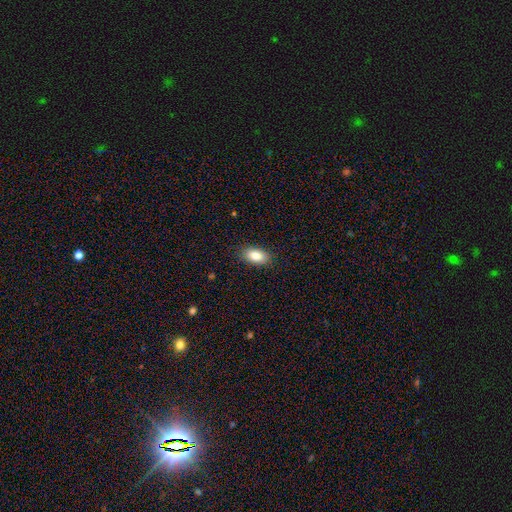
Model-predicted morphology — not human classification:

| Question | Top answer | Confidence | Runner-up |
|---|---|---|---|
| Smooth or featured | smooth | 86% | star or artifact (8%) |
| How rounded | in between | 92% | round (5%) |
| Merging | none | 88% | minor disturbance (9%) |